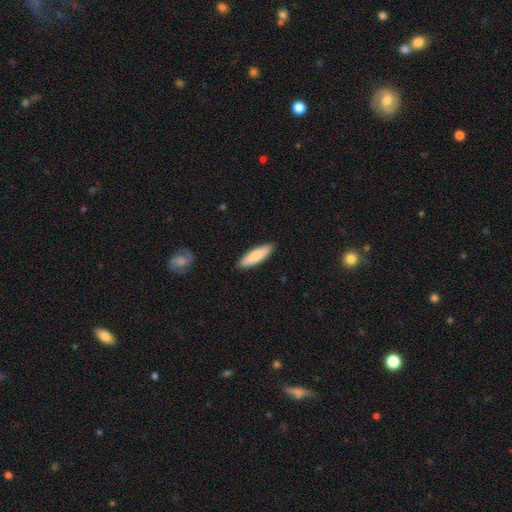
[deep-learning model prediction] smooth 83%, featured or disk 12%, star or artifact 5%. Down the decision tree: how rounded — cigar-shaped (55%); merging — none (89%).